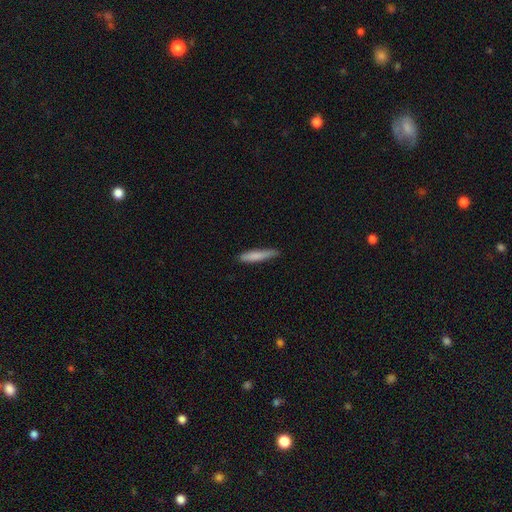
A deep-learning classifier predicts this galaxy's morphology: A smooth galaxy with no disk features (81%) that is cigar-shaped (89%). Merging: none (75%).